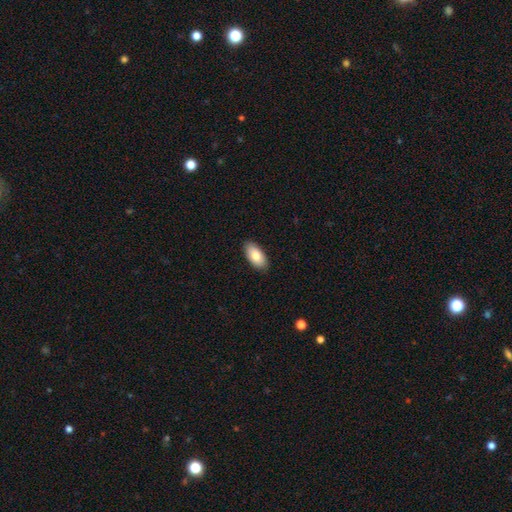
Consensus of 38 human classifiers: A smooth galaxy with no disk features (76%) that is in between round and cigar-shaped (97%). Merging: none (94%).